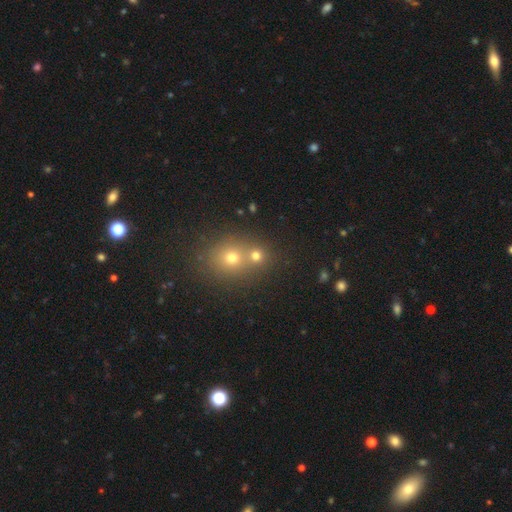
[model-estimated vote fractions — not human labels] Smooth or featured? smooth (70%)
How rounded? round (83%)
Merging? none (50%)